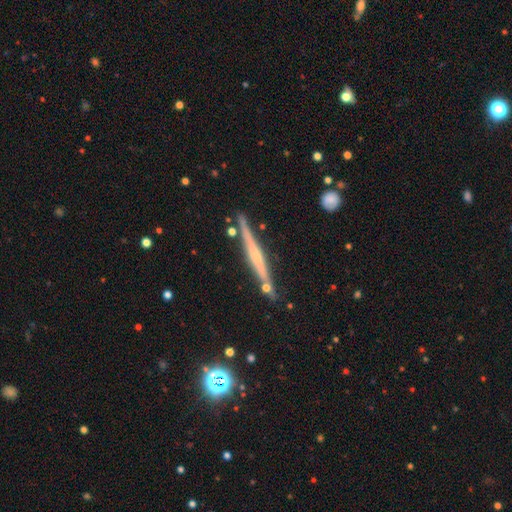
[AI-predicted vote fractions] Smooth or featured? featured or disk (65%)
Edge-on disk? yes (97%)
Edge-on bulge? none (54%)
Merging? none (83%)